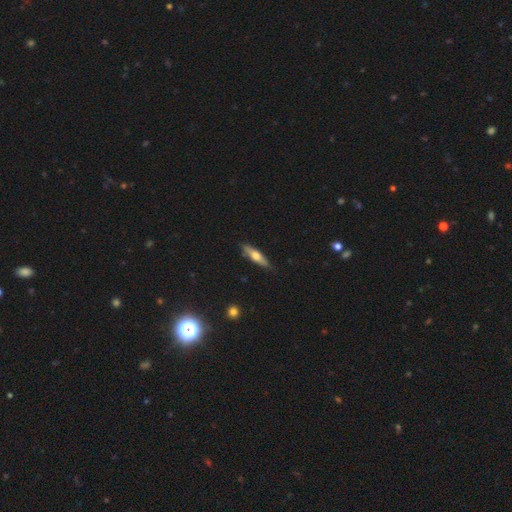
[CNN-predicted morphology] This appears to be a smooth galaxy with no disk features (49%). Merging: none (86%).